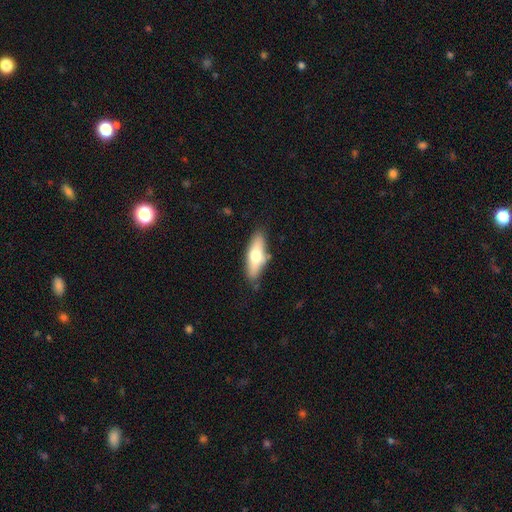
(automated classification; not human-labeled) smooth-or-featured: smooth: 60% | featured or disk: 34% | star or artifact: 6%
  how-rounded: in between: 58% | cigar-shaped: 40% | round: 3%
  merging: none: 78% | minor disturbance: 15% | major disturbance: 3% | merger: 3%